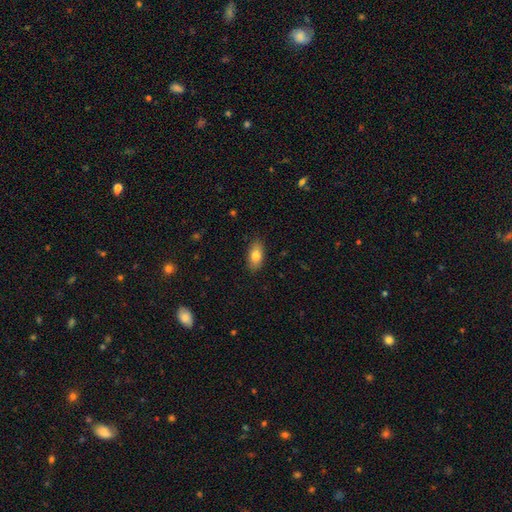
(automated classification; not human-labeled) Morphology: type=smooth (81%); roundness=in between (90%); merging=none (86%).